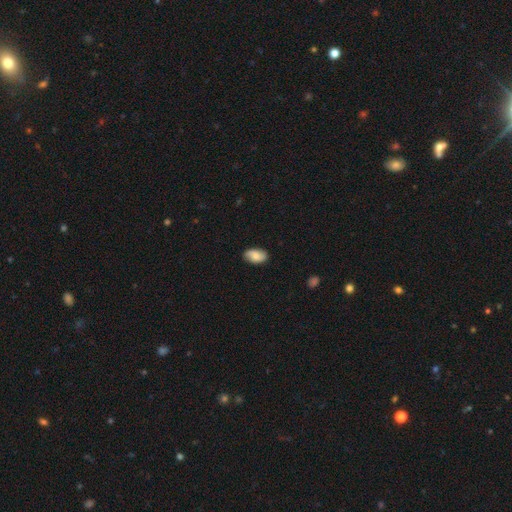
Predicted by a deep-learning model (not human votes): Smooth or featured: smooth — 71% (featured or disk — 21%)
How rounded: in between — 92% (round — 6%)
Merging: none — 82% (minor disturbance — 14%)